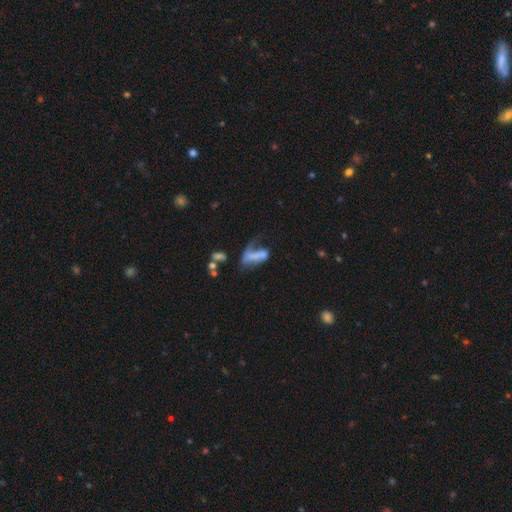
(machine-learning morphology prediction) Smooth or featured: smooth — 45% (featured or disk — 43%)
Merging: major disturbance — 49% (none — 20%)